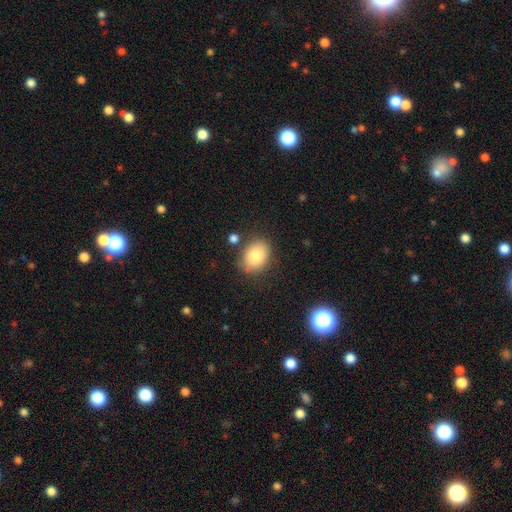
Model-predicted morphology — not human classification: The model was most divided on "how rounded": in between: 67%, round: 33%, cigar-shaped: 1%. More confident: smooth or featured — smooth (82%); merging — none (79%).